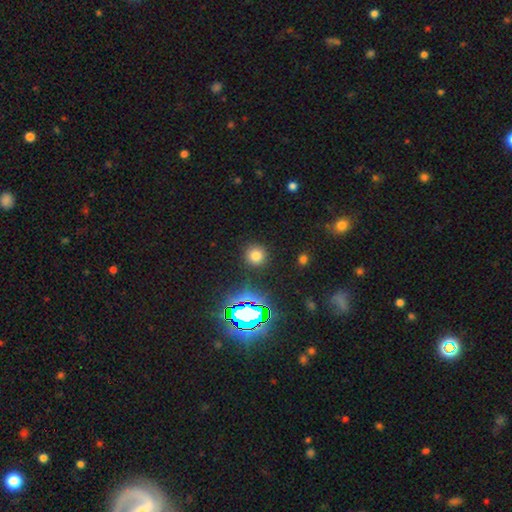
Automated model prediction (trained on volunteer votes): smooth_or_featured: smooth (p=0.71) [alt: star or artifact p=0.22]
how_rounded: round (p=0.94) [alt: in between p=0.05]
merging: none (p=0.89) [alt: minor disturbance p=0.06]